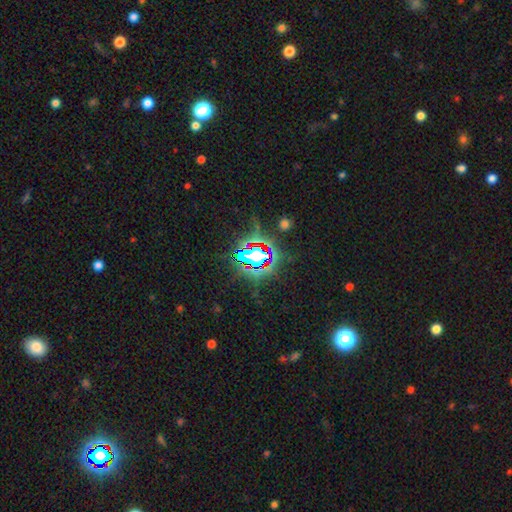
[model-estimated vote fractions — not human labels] A star or artifact, not a galaxy (77%).